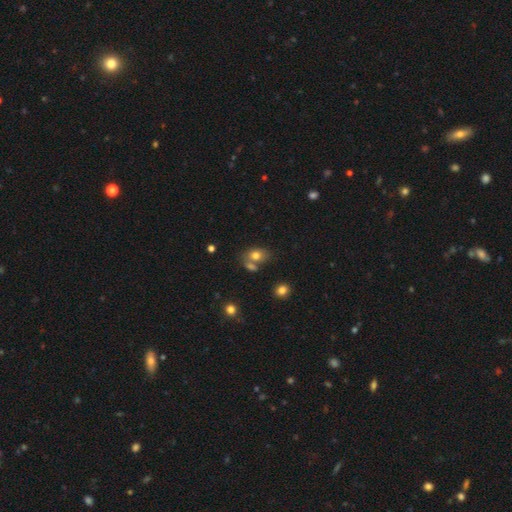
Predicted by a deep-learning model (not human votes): The model was most divided on "merging": none: 48%, merger: 34%, minor disturbance: 13%, major disturbance: 5%. More confident: smooth or featured — smooth (76%); how rounded — in between (70%).